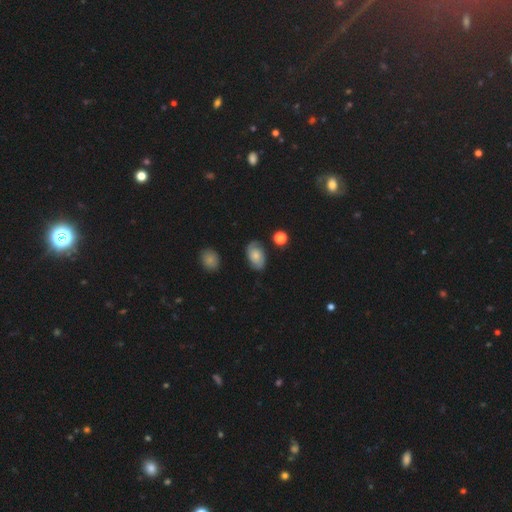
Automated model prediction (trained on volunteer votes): This is possibly a smooth galaxy (53%). How rounded: clearly in between (87%). Merging: likely none (74%).